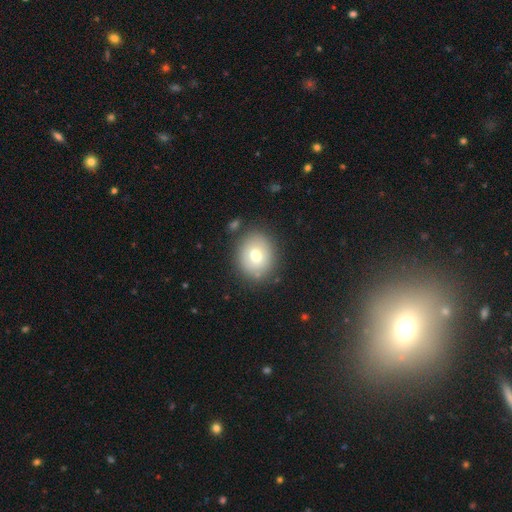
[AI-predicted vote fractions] smooth-or-featured: smooth: 72% | featured or disk: 18% | star or artifact: 10%
  how-rounded: round: 69% | in between: 30% | cigar-shaped: 1%
  merging: none: 82% | minor disturbance: 11% | major disturbance: 4% | merger: 3%